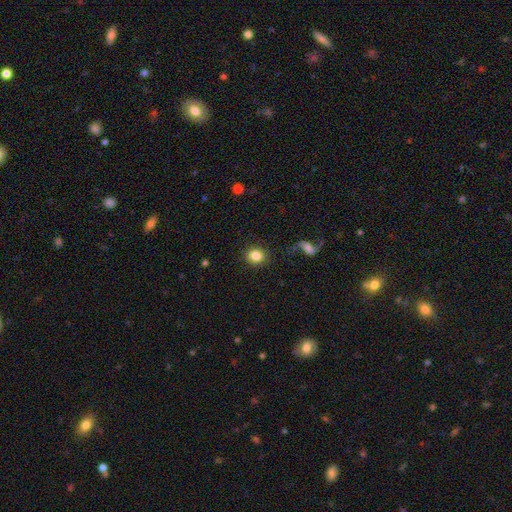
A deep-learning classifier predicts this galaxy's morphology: This is clearly a smooth galaxy (84%). How rounded: likely round (77%). Merging: clearly none (84%).